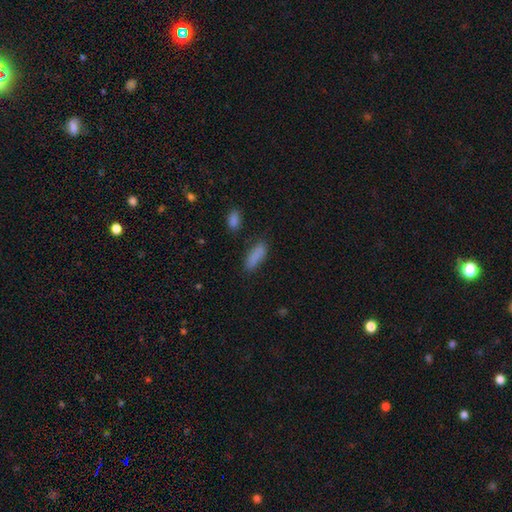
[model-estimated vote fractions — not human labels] smooth-or-featured: smooth: 86% | star or artifact: 8% | featured or disk: 5%
  how-rounded: in between: 61% | cigar-shaped: 37% | round: 2%
  merging: none: 75% | minor disturbance: 17% | major disturbance: 5% | merger: 4%